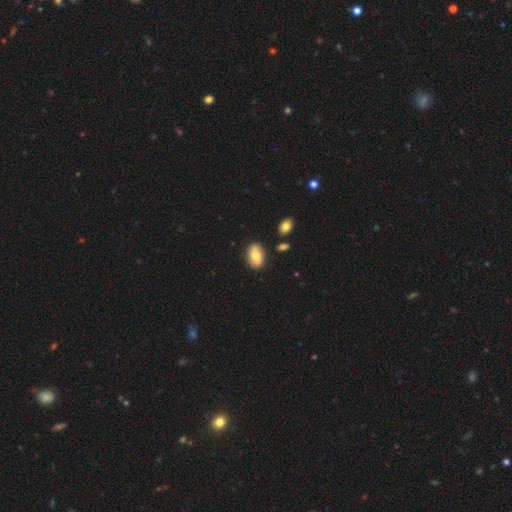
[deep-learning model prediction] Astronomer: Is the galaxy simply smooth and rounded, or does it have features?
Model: smooth — 81%.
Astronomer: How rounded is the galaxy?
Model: in between — 90%.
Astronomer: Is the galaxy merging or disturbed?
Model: none — 85%.